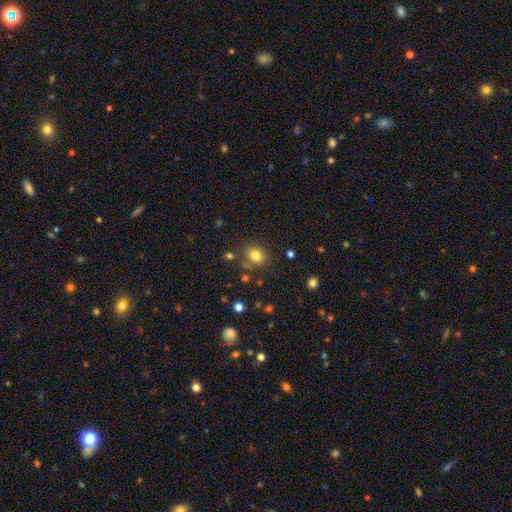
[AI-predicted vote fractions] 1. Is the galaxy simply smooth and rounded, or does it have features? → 80% smooth, 13% star or artifact, 7% featured or disk.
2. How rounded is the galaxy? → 68% round, 31% in between, 1% cigar-shaped.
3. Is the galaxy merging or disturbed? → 78% none, 12% minor disturbance, 6% merger, 4% major disturbance.